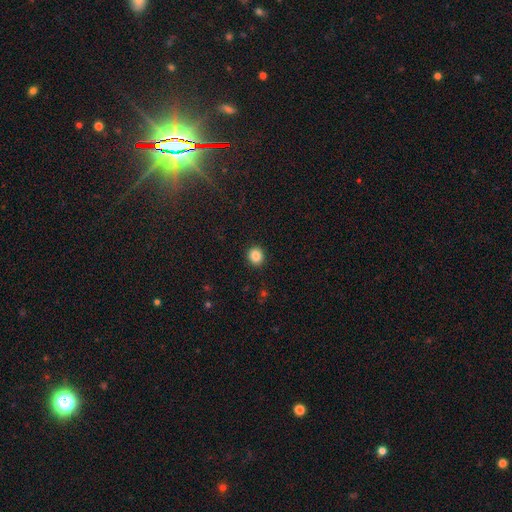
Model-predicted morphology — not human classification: type=smooth (86%); roundness=round (85%); merging=none (92%).